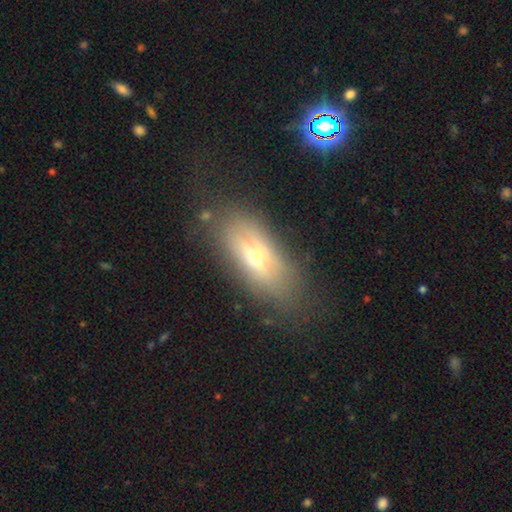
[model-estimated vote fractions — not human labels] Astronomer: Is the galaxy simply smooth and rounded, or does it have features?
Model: smooth — 46% (runner-up: featured or disk, 43%).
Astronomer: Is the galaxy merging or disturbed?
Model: none — 67%.